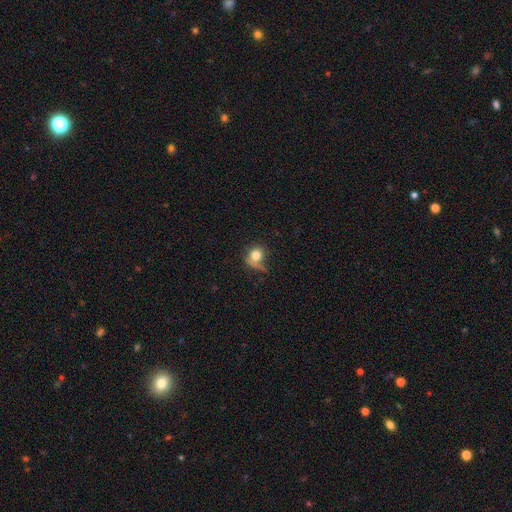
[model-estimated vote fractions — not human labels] A smooth galaxy with no disk features (74%) that is round (80%). Merging: none (46%).